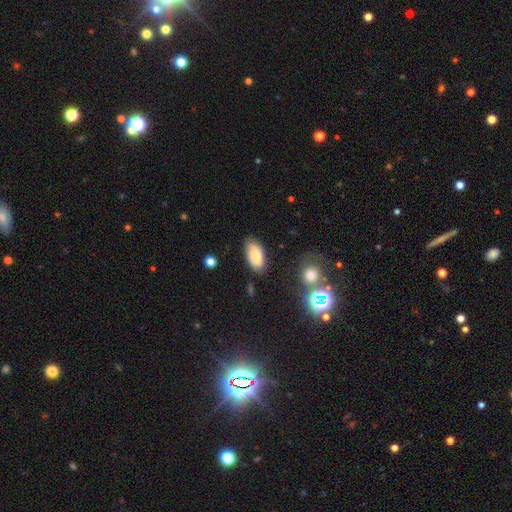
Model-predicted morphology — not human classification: This is likely a smooth galaxy (78%). How rounded: clearly in between (94%). Merging: likely none (76%).